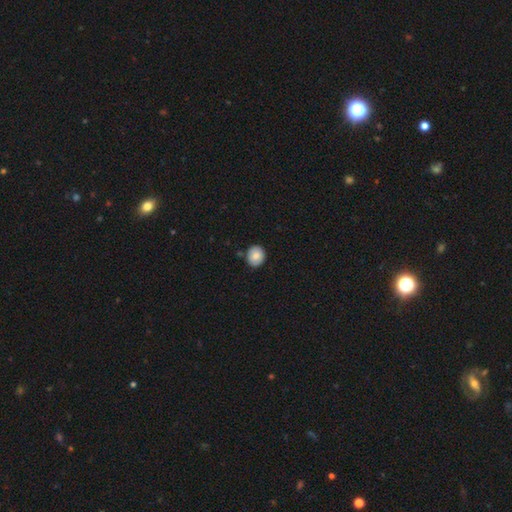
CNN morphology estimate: A smooth galaxy with no disk features (81%) that is round (71%).

Vote fractions:
- Smooth or featured? smooth: 81% / featured or disk: 12% / star or artifact: 8%
- How rounded? round: 71% / in between: 29% / cigar-shaped: 1%
- Merging? none: 84% / minor disturbance: 11% / merger: 3% / major disturbance: 2%